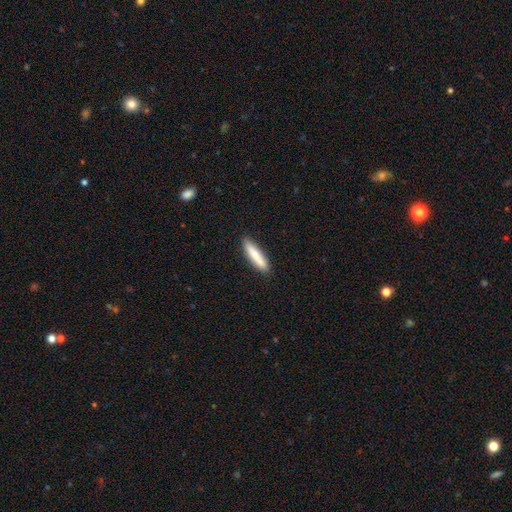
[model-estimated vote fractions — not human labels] A smooth galaxy with no disk features (78%) that is cigar-shaped (84%). Merging: none (88%).